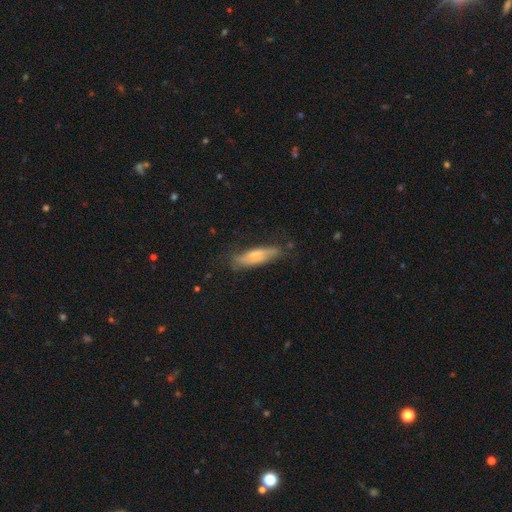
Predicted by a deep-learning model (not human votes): A smooth galaxy with no disk features (58%) that is cigar-shaped (64%). Merging: none (67%).